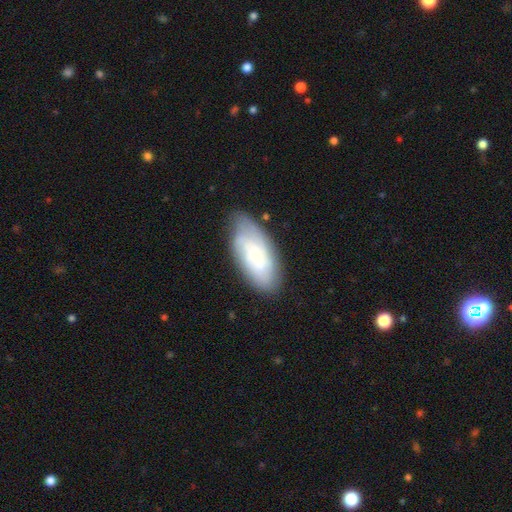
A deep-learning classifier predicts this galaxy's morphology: type=smooth (48%); merging=none (71%).